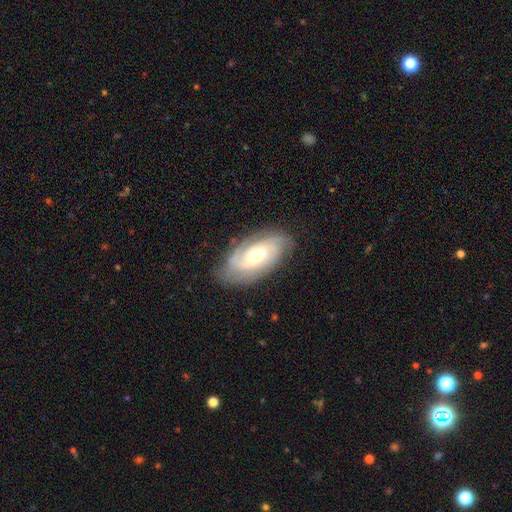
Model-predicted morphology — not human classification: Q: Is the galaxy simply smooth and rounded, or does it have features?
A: featured or disk — 80%.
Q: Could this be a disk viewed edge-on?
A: no — 95%.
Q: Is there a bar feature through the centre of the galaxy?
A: no — 59%.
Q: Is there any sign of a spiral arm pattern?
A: yes — 95%.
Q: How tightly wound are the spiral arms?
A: tight — 61%.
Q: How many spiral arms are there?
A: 3 — 29%.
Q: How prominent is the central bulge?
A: moderate — 55%.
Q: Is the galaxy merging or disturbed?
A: none — 79%.